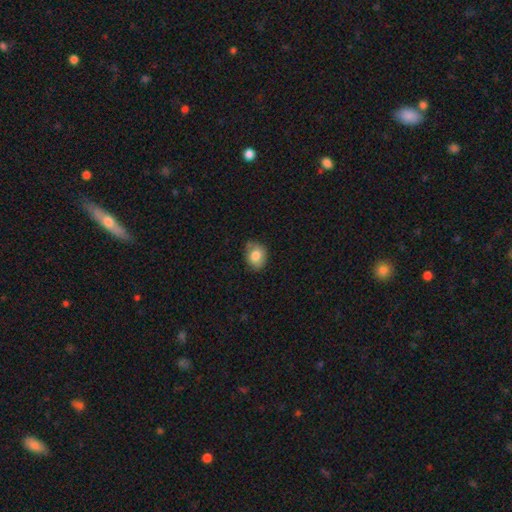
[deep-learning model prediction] smooth-or-featured: smooth: 79% | featured or disk: 13% | star or artifact: 8%
  how-rounded: in between: 55% | round: 44% | cigar-shaped: 1%
  merging: none: 68% | minor disturbance: 26% | major disturbance: 4% | merger: 2%